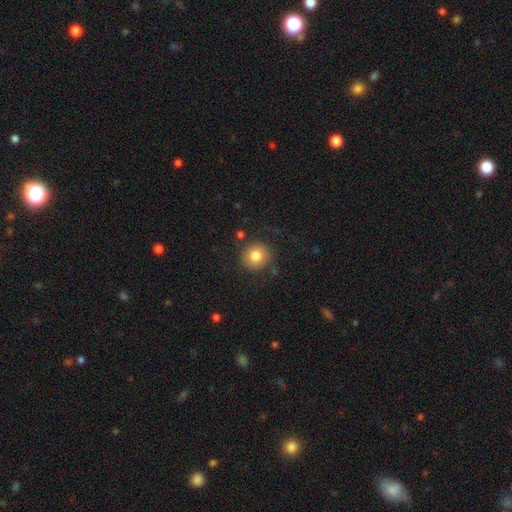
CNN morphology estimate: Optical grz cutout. It shows a smooth galaxy with no disk features (81%) that is round (90%). Merging: none (82%).